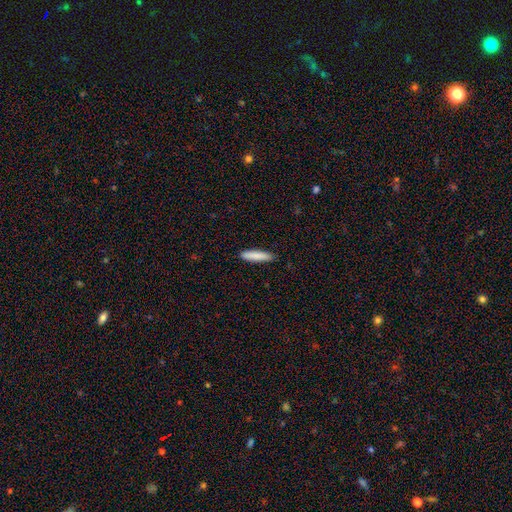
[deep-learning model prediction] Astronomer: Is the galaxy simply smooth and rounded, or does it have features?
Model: smooth — 86%.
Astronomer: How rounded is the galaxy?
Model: cigar-shaped — 84%.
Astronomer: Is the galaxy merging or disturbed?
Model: none — 89%.